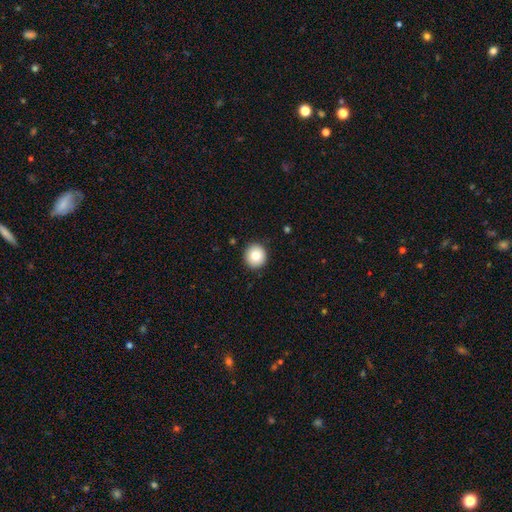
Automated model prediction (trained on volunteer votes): Smooth or featured: smooth — 80% (featured or disk — 10%)
How rounded: round — 94% (in between — 5%)
Merging: none — 92% (minor disturbance — 5%)